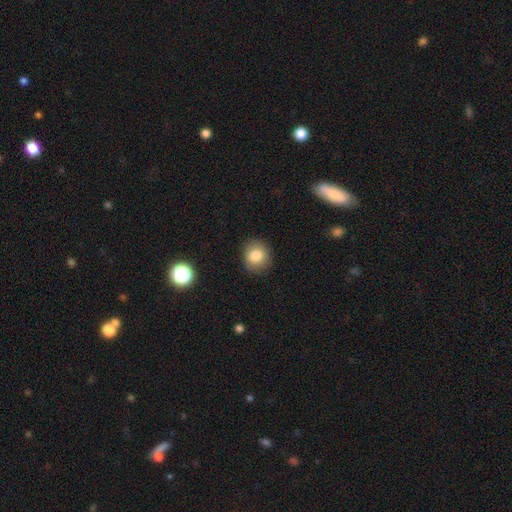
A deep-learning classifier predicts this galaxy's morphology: smooth-or-featured: smooth: 83% | star or artifact: 10% | featured or disk: 7%
  how-rounded: round: 77% | in between: 22% | cigar-shaped: 1%
  merging: none: 87% | minor disturbance: 10% | major disturbance: 3% | merger: 1%